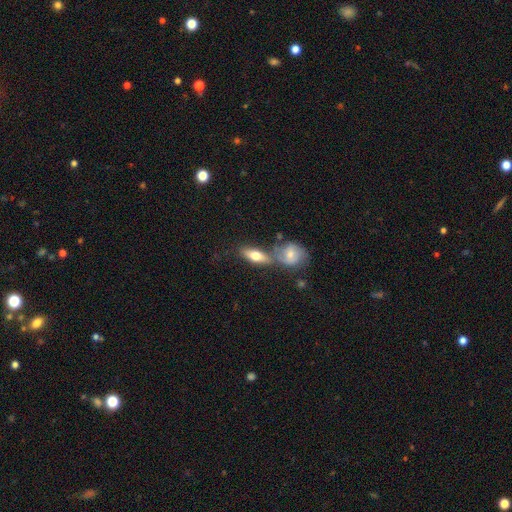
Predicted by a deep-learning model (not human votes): Morphology: type=smooth (65%); roundness=in between (70%); merging=none (41%, tied with merger).